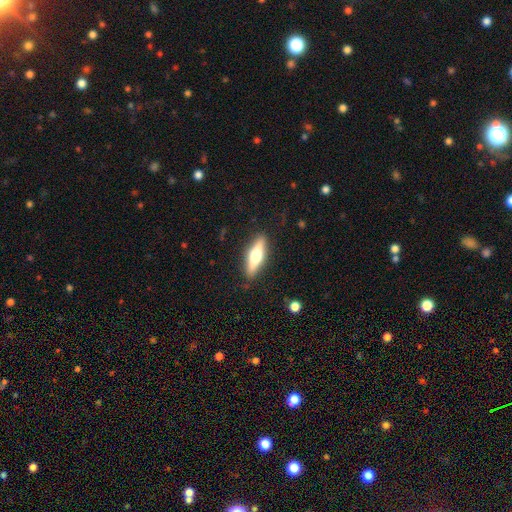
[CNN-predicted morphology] smooth 47% (tied), featured or disk 47% (tied), star or artifact 6%. Down the decision tree: merging — none (88%).